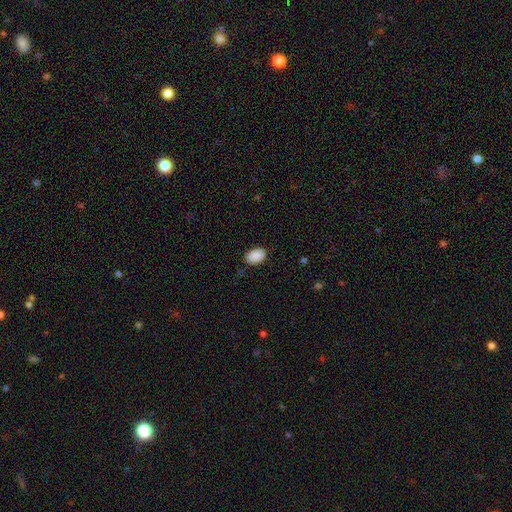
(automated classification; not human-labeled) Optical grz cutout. It shows a smooth galaxy with no disk features (90%) that is in between round and cigar-shaped (87%). Merging: none (85%).